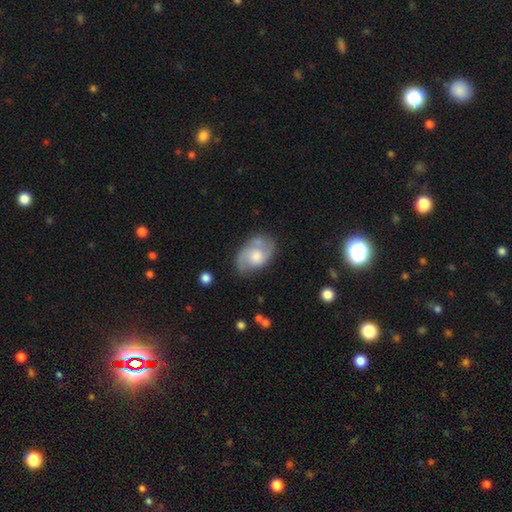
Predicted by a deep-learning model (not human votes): Overall: featured or disk (57%; smooth 37%). Edge-on disk: no (96%). Bar: no (71%). Spiral arms: yes (78%). Bulge size: moderate (46%; large 26%). Merging: none (59%; minor disturbance 26%).